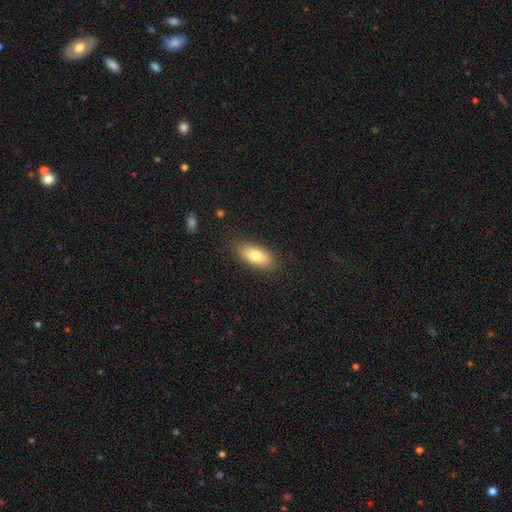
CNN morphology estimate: Q: Smooth or featured?
A: smooth (78%); runner-up: featured or disk (15%)
Q: How rounded?
A: in between (83%); runner-up: cigar-shaped (14%)
Q: Merging?
A: none (86%); runner-up: minor disturbance (10%)